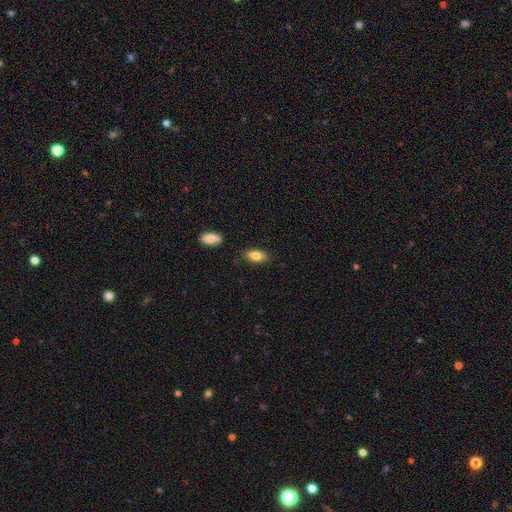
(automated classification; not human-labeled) Smooth or featured? Predicted: smooth (p=0.81). How rounded? Predicted: in between (p=0.87). Merging? Predicted: none (p=0.84).